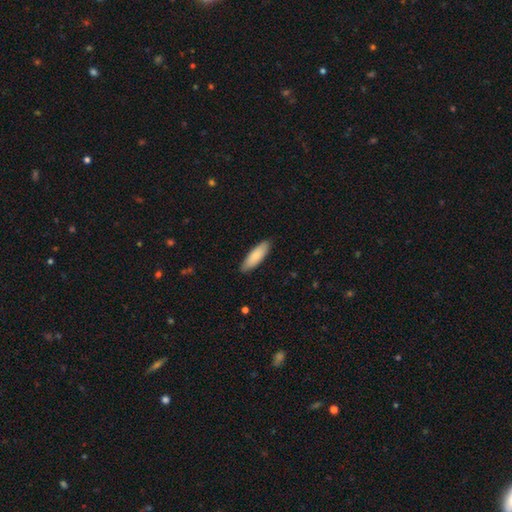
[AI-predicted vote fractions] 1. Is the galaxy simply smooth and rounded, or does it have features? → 85% smooth, 10% featured or disk, 5% star or artifact.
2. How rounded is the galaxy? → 54% in between, 45% cigar-shaped, 1% round.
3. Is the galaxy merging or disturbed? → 87% none, 11% minor disturbance, 2% major disturbance, 1% merger.